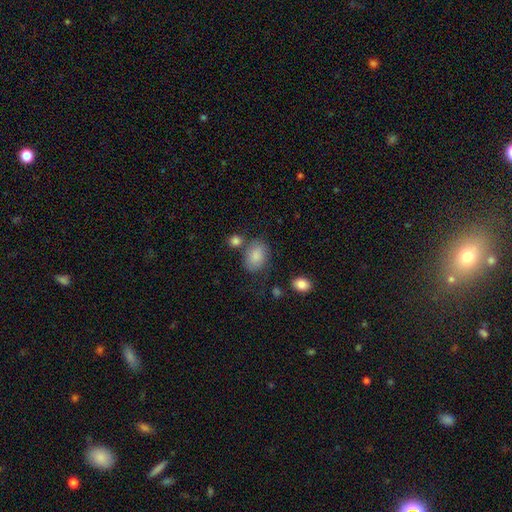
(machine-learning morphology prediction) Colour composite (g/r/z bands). It shows a smooth galaxy with no disk features (85%) that is in between round and cigar-shaped (75%). Merging: none (63%).